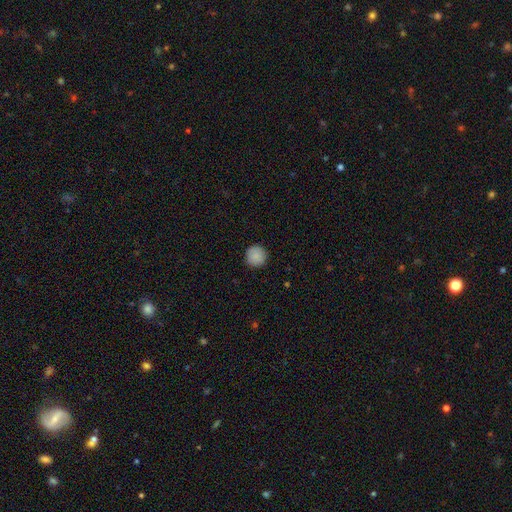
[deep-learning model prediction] Smooth or featured? Predicted: smooth (p=0.88). How rounded? Predicted: round (p=0.96). Merging? Predicted: none (p=0.91).